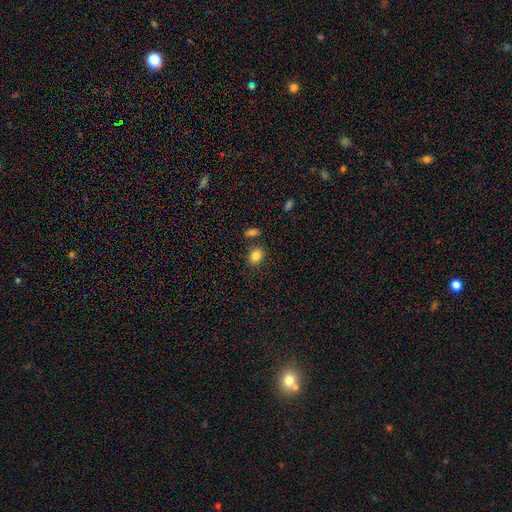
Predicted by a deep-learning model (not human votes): A smooth galaxy with no disk features (85%) that is in between round and cigar-shaped (52%). Merging: none (77%).